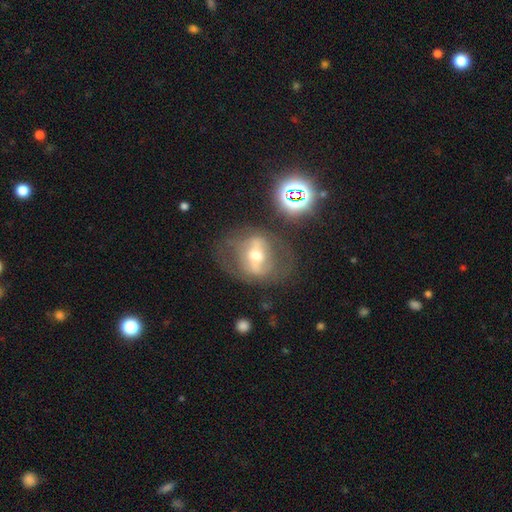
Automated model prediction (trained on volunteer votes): Smooth or featured: featured or disk — 70% (smooth — 19%)
Edge-on disk: no — 87% (yes — 13%)
Bar: strong — 59% (weak — 24%)
Spiral arms: no — 59% (yes — 41%)
Bulge size: moderate — 67% (small — 21%)
Merging: none — 64% (minor disturbance — 16%)